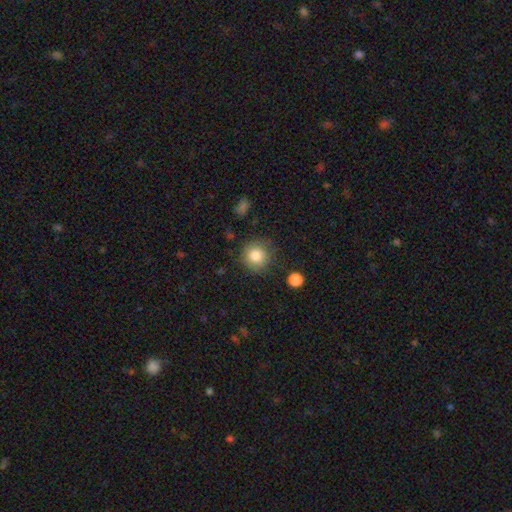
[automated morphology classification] Overall: smooth (83%). How rounded: round (93%). Merging: none (83%).